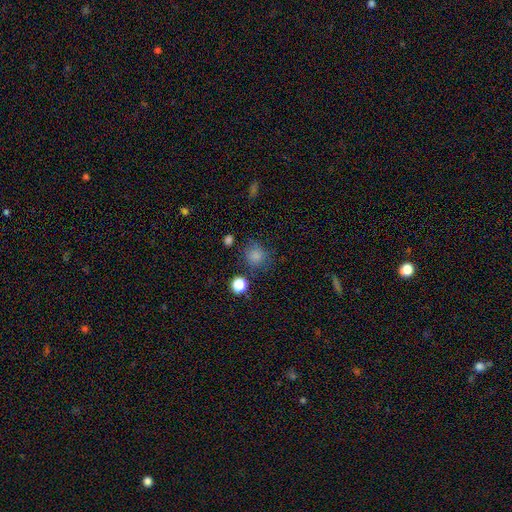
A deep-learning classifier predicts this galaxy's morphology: A smooth galaxy with no disk features (81%) that is round (88%).

Vote fractions:
- Smooth or featured? smooth: 81% / star or artifact: 14% / featured or disk: 5%
- How rounded? round: 88% / in between: 11% / cigar-shaped: 1%
- Merging? none: 77% / minor disturbance: 13% / major disturbance: 5% / merger: 5%